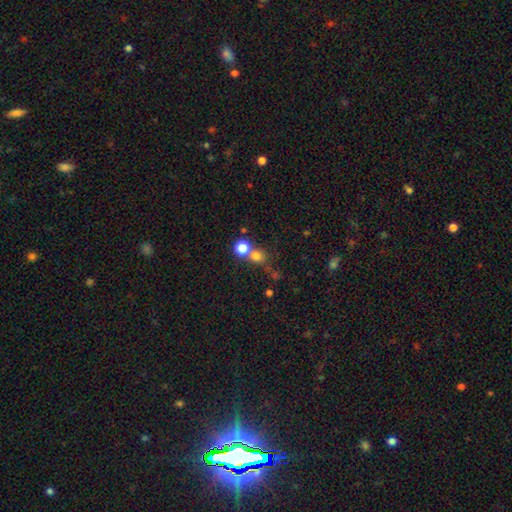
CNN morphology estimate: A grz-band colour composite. It shows a smooth galaxy with no disk features (74%) that is round (86%). Merging: none (48%).